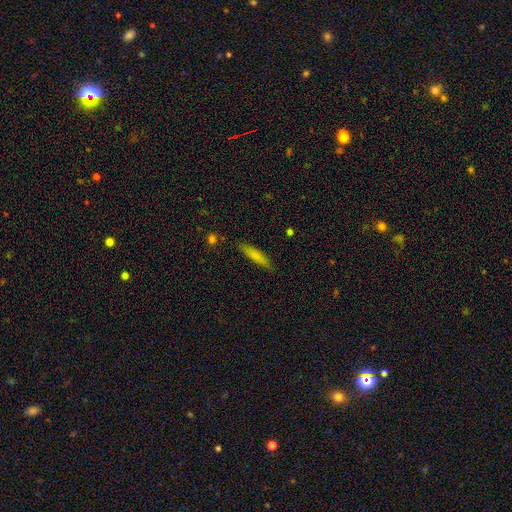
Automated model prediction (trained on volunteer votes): Smooth or featured? smooth (77%)
How rounded? cigar-shaped (84%)
Merging? none (84%)